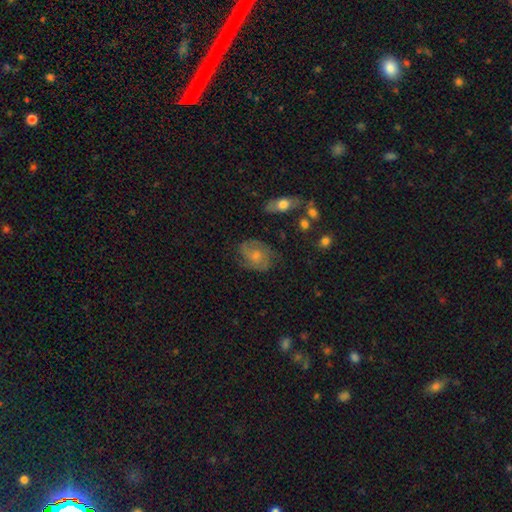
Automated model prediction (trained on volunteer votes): Smooth or featured? Predicted: featured or disk (p=0.62). Edge-on disk? Predicted: no (p=0.96). Bar? Predicted: no (p=0.71). Spiral arms? Predicted: yes (p=0.86). Spiral winding? Predicted: medium (p=0.43). Spiral arm count? Predicted: 2 (p=0.57). Bulge size? Predicted: small (p=0.51). Merging? Predicted: none (p=0.68).